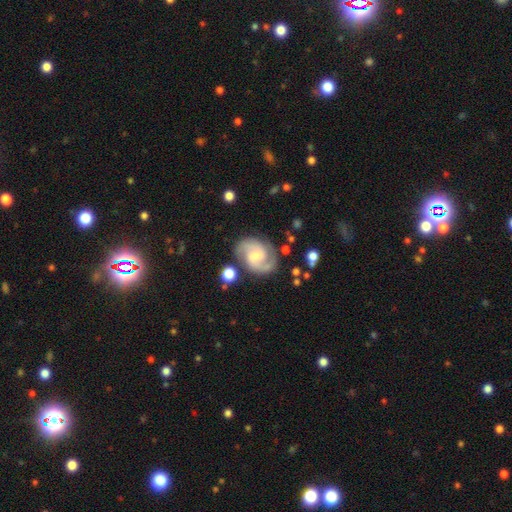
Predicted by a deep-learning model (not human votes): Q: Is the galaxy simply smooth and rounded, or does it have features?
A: featured or disk — 84%.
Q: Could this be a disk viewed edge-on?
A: no — 98%.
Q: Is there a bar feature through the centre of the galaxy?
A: weak — 45%.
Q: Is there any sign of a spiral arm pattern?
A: yes — 96%.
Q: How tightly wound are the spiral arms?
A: medium — 55%.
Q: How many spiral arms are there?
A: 2 — 89%.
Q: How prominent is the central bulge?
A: small — 51%.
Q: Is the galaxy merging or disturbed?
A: none — 77%.